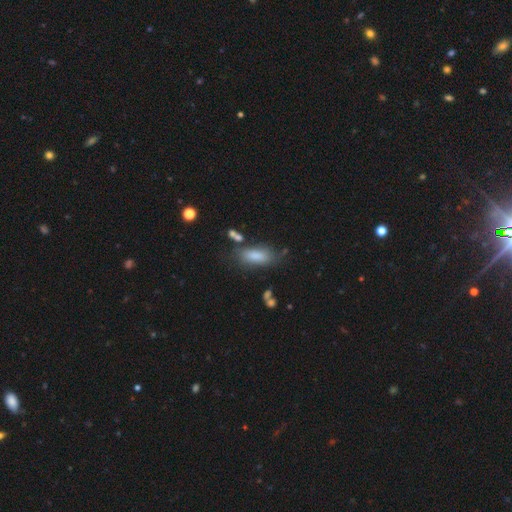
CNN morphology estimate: This is clearly a smooth galaxy (81%). How rounded: clearly in between (81%). Merging: likely none (65%).